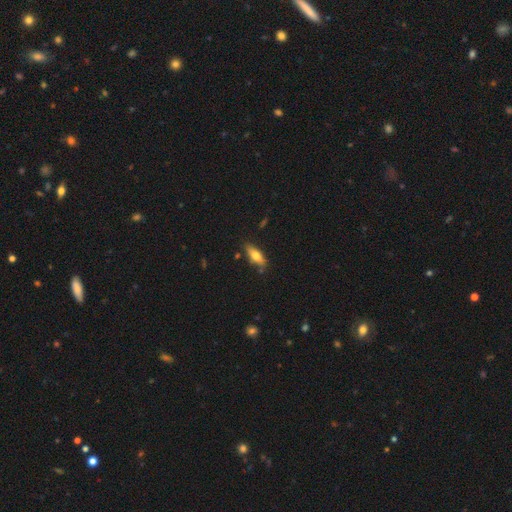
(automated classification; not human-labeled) smooth_or_featured: smooth (p=0.64) [alt: featured or disk p=0.30]
how_rounded: in between (p=0.61) [alt: cigar-shaped p=0.37]
merging: none (p=0.78) [alt: minor disturbance p=0.16]